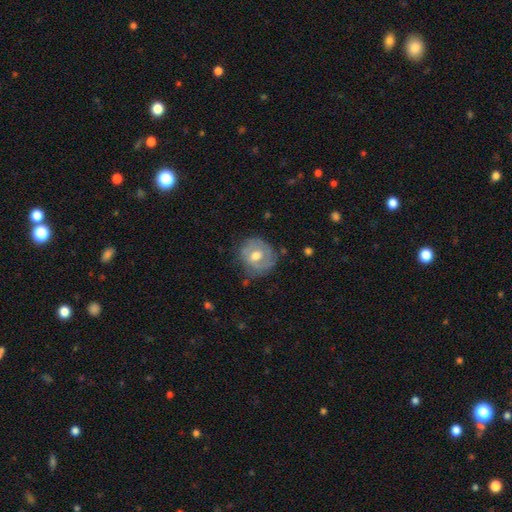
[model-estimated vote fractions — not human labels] This appears to be a featured or disk galaxy (58%) with no bar (55%), spiral arms (60%) and a moderate central bulge (76%). Merging: none (66%).